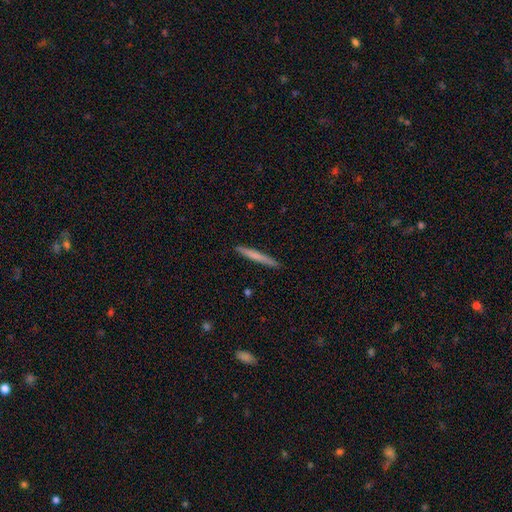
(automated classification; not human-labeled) smooth-or-featured: smooth: 66% | featured or disk: 28% | star or artifact: 6%
  how-rounded: cigar-shaped: 97% | in between: 2% | round: 1%
  merging: none: 90% | minor disturbance: 7% | major disturbance: 1% | merger: 1%